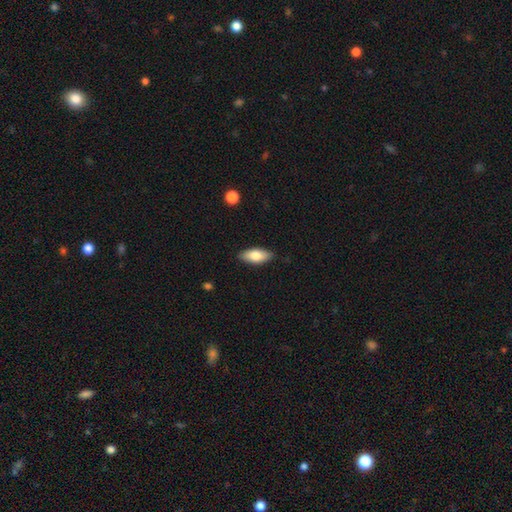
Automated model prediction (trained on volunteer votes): A smooth galaxy with no disk features (78%) that is in between round and cigar-shaped (85%). Merging: none (86%).